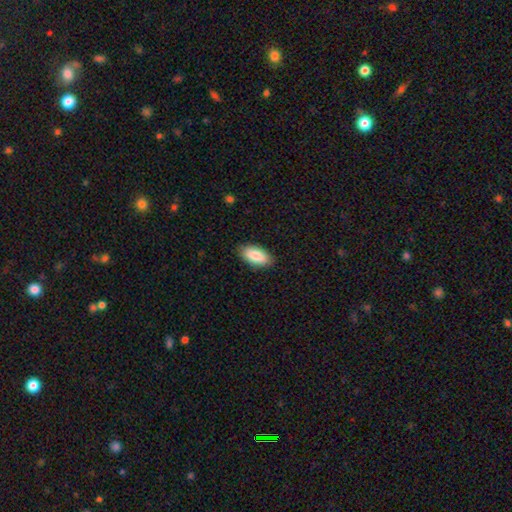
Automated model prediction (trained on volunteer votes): Smooth or featured? smooth (87%)
How rounded? in between (94%)
Merging? none (87%)